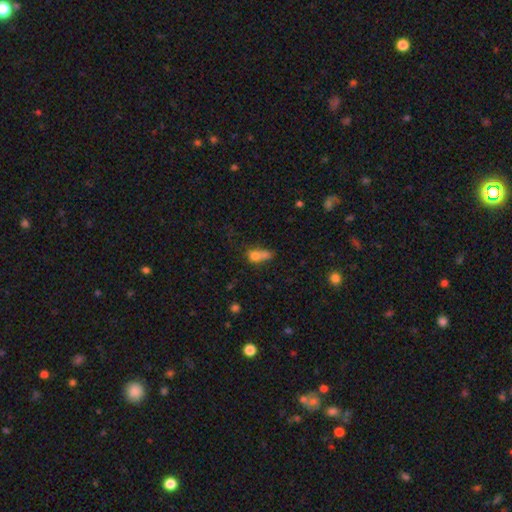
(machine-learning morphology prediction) This is likely a smooth galaxy (71%). How rounded: possibly round (50%). Merging: possibly merger (54%).